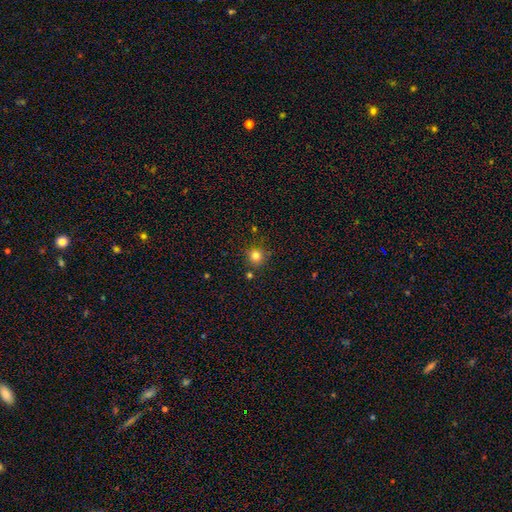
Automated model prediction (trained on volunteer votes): The model was most divided on "smooth or featured": smooth: 81%, star or artifact: 14%, featured or disk: 6%. More confident: how rounded — round (92%); merging — none (81%).